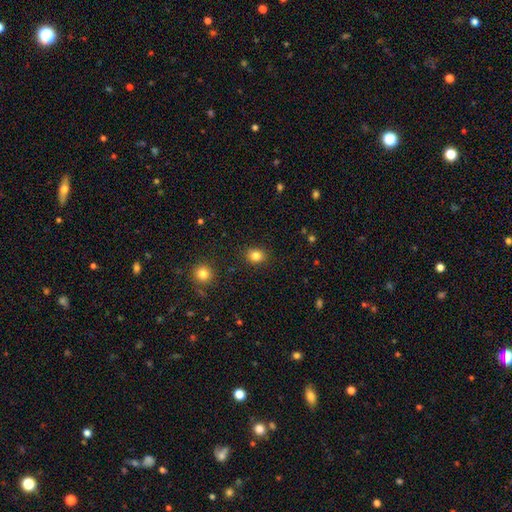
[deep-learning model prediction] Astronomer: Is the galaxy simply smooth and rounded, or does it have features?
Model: smooth — 83%.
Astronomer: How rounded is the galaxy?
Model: round — 67%.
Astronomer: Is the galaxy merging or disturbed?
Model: none — 88%.